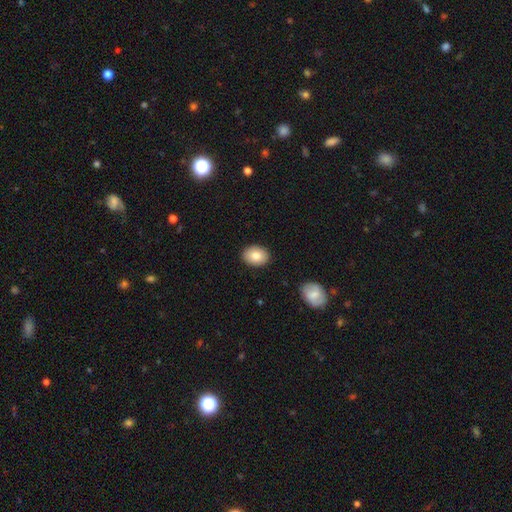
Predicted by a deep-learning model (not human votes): smooth-or-featured: smooth: 83% | featured or disk: 10% | star or artifact: 7%
  how-rounded: in between: 71% | round: 28% | cigar-shaped: 1%
  merging: none: 89% | minor disturbance: 8% | major disturbance: 2% | merger: 1%